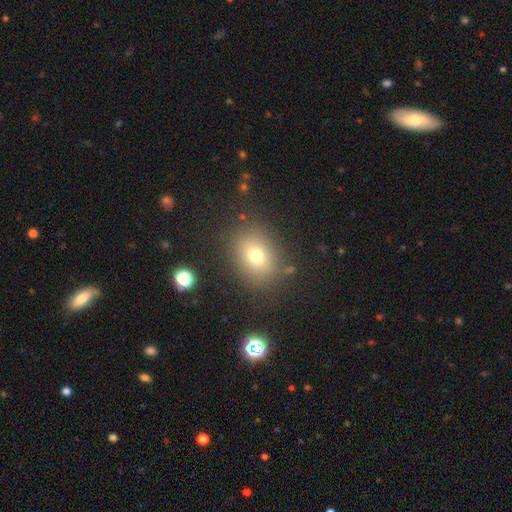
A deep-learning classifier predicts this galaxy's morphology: Q: Smooth or featured?
A: smooth (72%); runner-up: star or artifact (15%)
Q: How rounded?
A: in between (55%); runner-up: round (43%)
Q: Merging?
A: none (82%); runner-up: minor disturbance (11%)